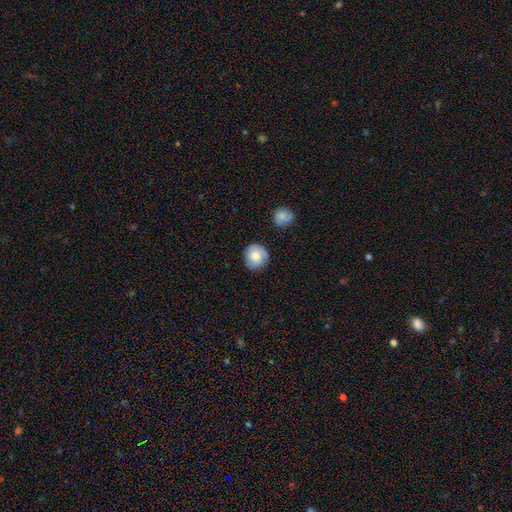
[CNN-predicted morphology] smooth-or-featured: smooth: 73% | featured or disk: 19% | star or artifact: 8%
  how-rounded: round: 90% | in between: 9% | cigar-shaped: 1%
  merging: none: 79% | minor disturbance: 15% | major disturbance: 3% | merger: 2%